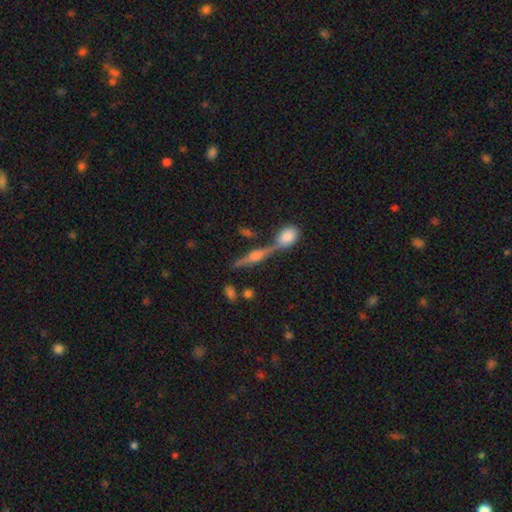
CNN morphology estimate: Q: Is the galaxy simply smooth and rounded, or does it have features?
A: featured or disk — 74%.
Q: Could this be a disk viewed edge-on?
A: yes — 95%.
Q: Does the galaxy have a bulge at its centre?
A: rounded — 89%.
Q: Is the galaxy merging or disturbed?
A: none — 63%.